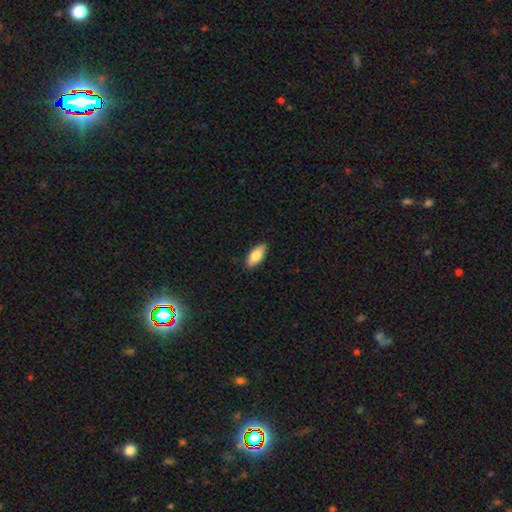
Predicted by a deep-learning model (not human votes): A smooth galaxy with no disk features (80%) that is in between round and cigar-shaped (82%). Merging: none (89%).